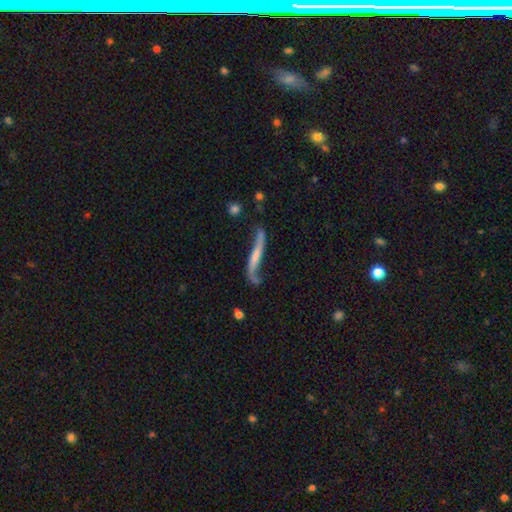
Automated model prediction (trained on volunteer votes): The model was most divided on "edge-on disk": yes: 58%, no: 42%. Remaining: smooth or featured — featured or disk (62%); merging — none (49%).